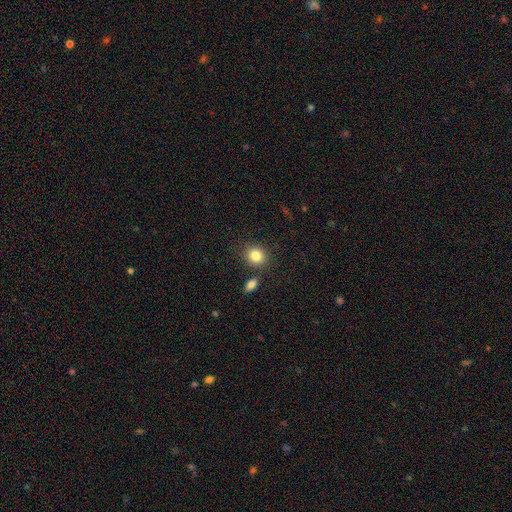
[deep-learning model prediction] Smooth or featured? Predicted: smooth (p=0.84). How rounded? Predicted: round (p=0.72). Merging? Predicted: none (p=0.79).